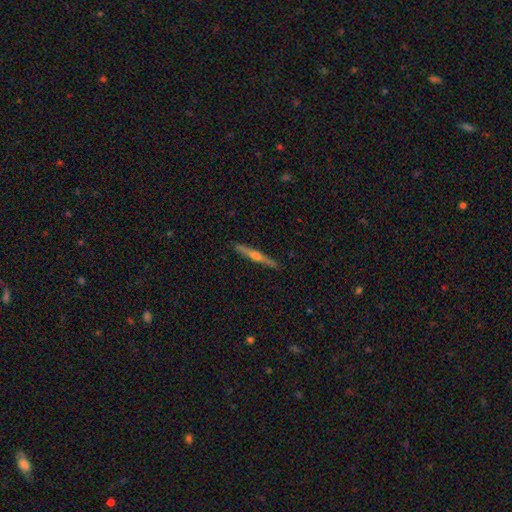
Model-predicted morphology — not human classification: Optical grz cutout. It shows a featured or disk galaxy (72%) viewed edge-on (98%) with a rounded central bulge (90%). Merging: none (91%).